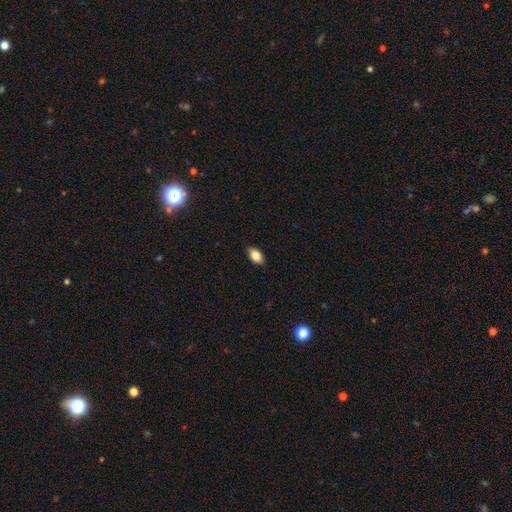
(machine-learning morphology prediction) The model was most divided on "smooth or featured": smooth: 84%, featured or disk: 9%, star or artifact: 7%. More confident: how rounded — in between (92%); merging — none (89%).